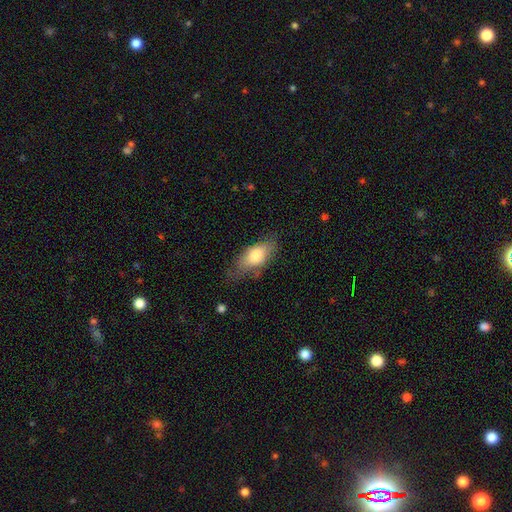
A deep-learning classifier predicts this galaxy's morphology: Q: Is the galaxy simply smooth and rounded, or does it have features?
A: smooth — 72%.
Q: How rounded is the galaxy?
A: in between — 84%.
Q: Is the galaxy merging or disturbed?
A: none — 59%.